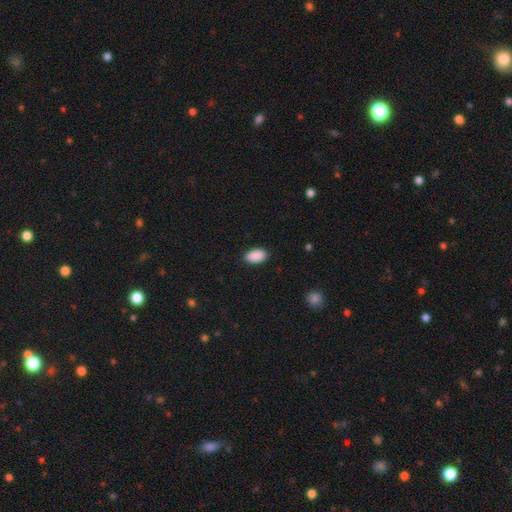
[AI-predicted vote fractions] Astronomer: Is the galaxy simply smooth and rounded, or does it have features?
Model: smooth — 91%.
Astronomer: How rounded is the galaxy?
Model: in between — 94%.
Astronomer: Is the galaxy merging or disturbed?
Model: none — 89%.